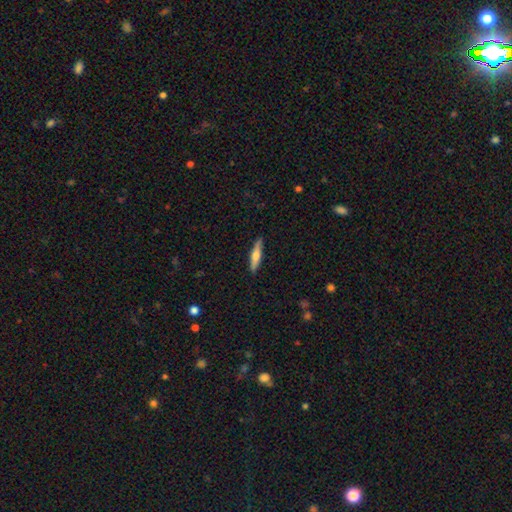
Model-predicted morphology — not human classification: smooth 53%, featured or disk 41%, star or artifact 6%. Down the decision tree: how rounded — cigar-shaped (83%); merging — none (89%).